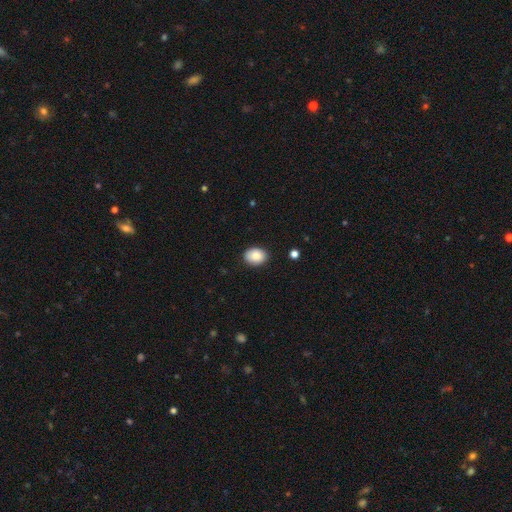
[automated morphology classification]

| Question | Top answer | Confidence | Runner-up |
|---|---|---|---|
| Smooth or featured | smooth | 86% | star or artifact (8%) |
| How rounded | in between | 68% | round (32%) |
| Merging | none | 86% | minor disturbance (11%) |